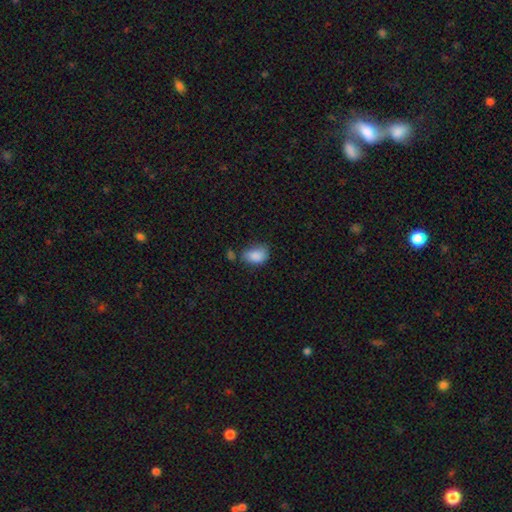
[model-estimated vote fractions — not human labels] Smooth or featured? smooth (86%)
How rounded? in between (84%)
Merging? none (48%)